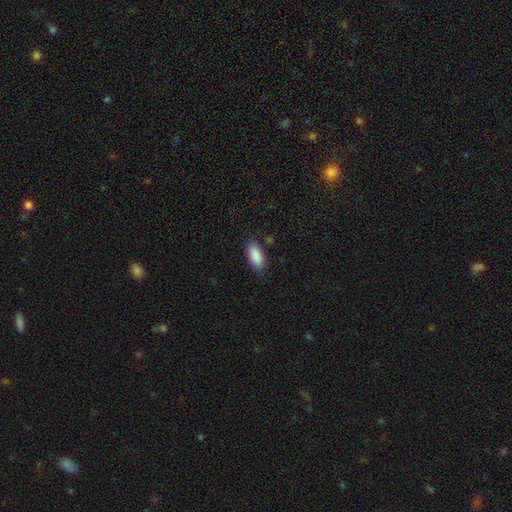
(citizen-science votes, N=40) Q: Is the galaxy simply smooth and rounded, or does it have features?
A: smooth — 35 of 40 (88%).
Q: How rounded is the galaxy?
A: in between — 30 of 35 (86%).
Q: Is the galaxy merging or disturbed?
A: none — 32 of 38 (84%).